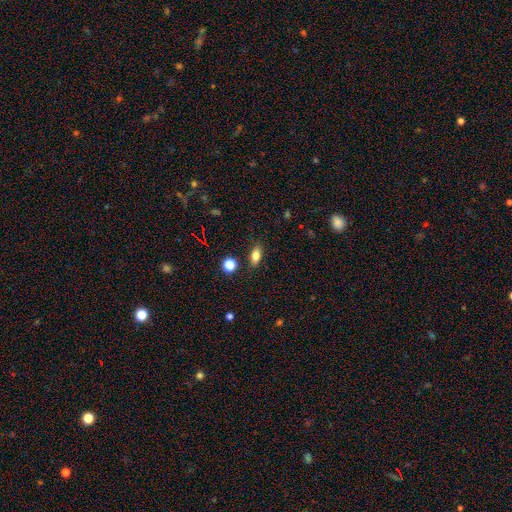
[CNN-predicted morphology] A smooth galaxy with no disk features (79%) that is in between round and cigar-shaped (80%). Merging: none (85%).